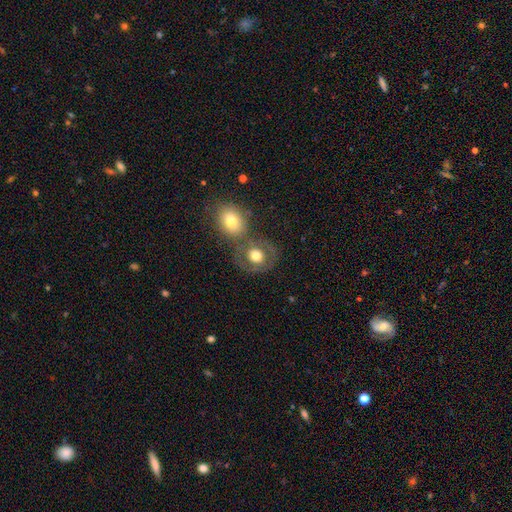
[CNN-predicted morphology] Smooth or featured? Predicted: smooth (p=0.57). How rounded? Predicted: round (p=0.72). Merging? Predicted: none (p=0.52).